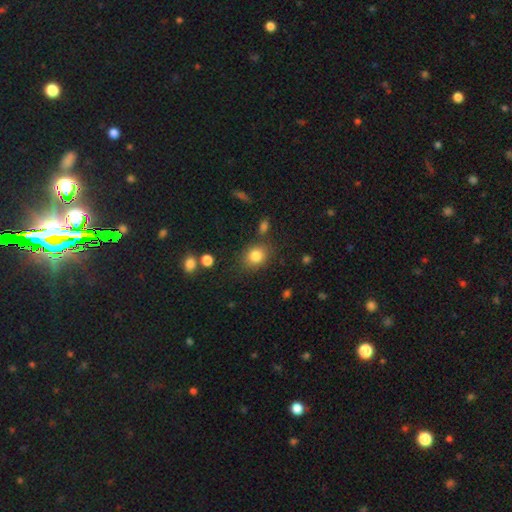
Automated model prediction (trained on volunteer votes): Overall: smooth (83%). How rounded: round (61%; in between 38%). Merging: none (77%).